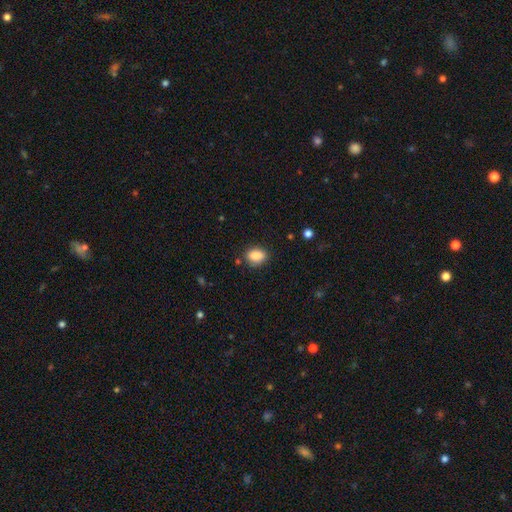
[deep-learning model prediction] A smooth galaxy with no disk features (86%) that is in between round and cigar-shaped (73%).

Vote fractions:
- Smooth or featured? smooth: 86% / star or artifact: 9% / featured or disk: 6%
- How rounded? in between: 73% / round: 25% / cigar-shaped: 2%
- Merging? none: 82% / minor disturbance: 13% / major disturbance: 3% / merger: 2%